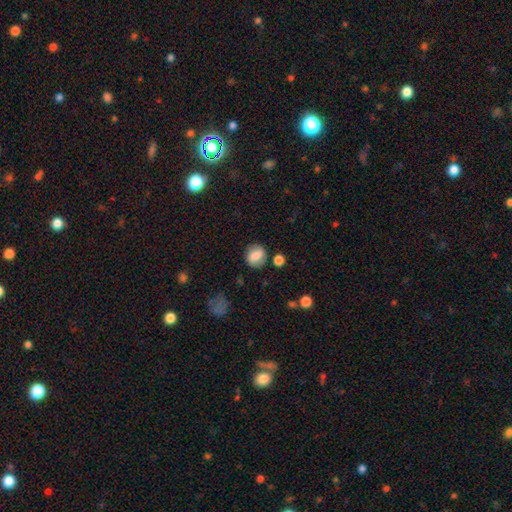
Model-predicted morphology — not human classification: smooth_or_featured: smooth (p=0.71) [alt: featured or disk p=0.19]
how_rounded: round (p=0.71) [alt: in between p=0.28]
merging: none (p=0.78) [alt: minor disturbance p=0.13]